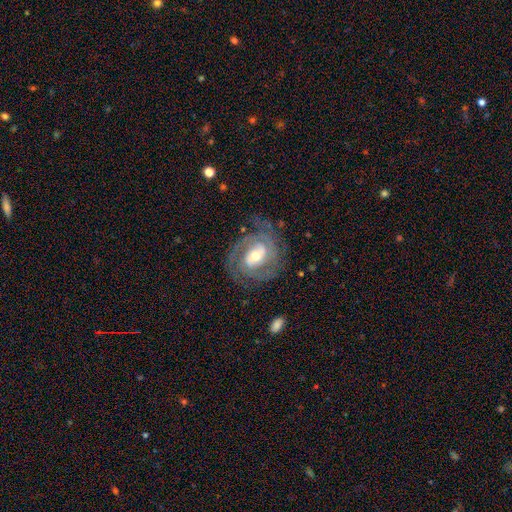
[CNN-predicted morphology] A featured or disk galaxy (85%) with a weak bar (43%), 2 (59%) tight (57%) spiral arms (93%) and a moderate central bulge (64%). Merging: none (72%).